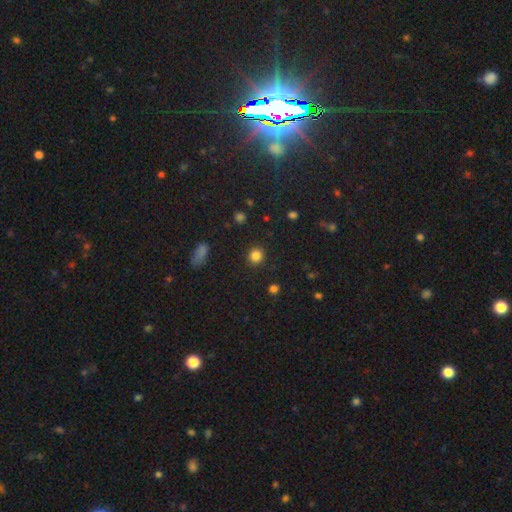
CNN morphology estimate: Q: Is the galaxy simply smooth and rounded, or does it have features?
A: smooth — 84%.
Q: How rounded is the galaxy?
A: round — 91%.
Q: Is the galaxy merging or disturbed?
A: none — 90%.